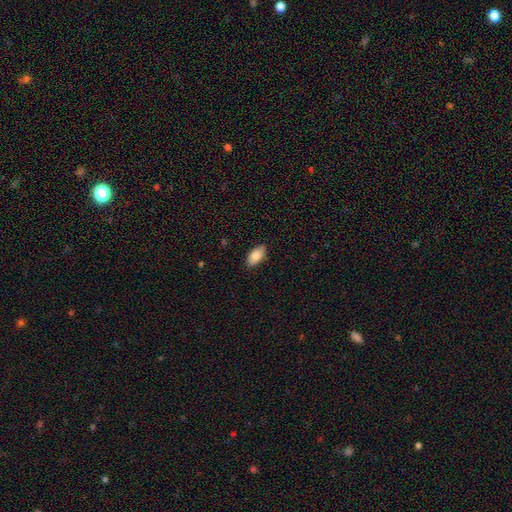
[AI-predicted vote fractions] This is clearly a smooth galaxy (86%). How rounded: clearly in between (93%). Merging: clearly none (86%).